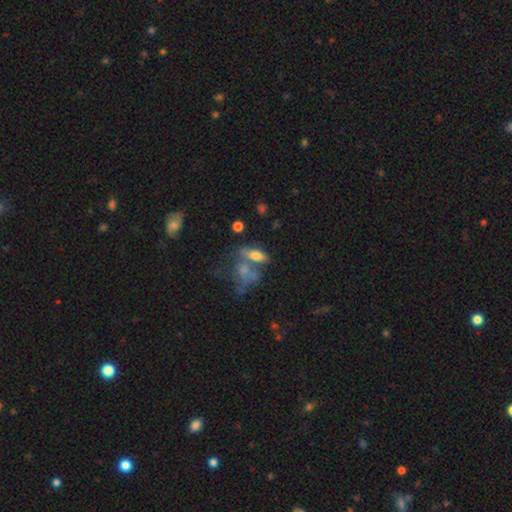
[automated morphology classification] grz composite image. It shows a smooth galaxy with no disk features (61%) that is in between round and cigar-shaped (67%). Merging: none (51%).